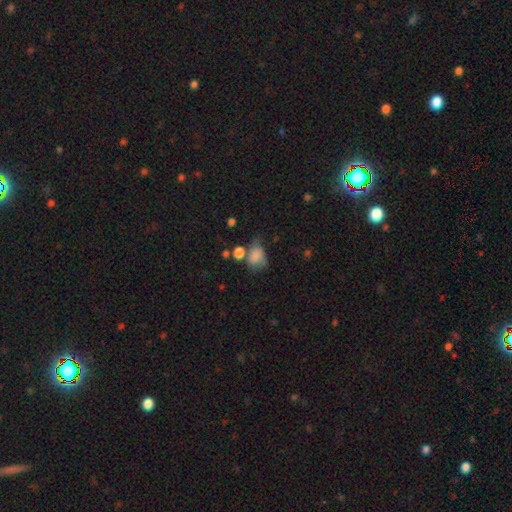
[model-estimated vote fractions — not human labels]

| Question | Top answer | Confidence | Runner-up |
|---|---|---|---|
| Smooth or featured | smooth | 75% | featured or disk (14%) |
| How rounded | in between | 68% | round (31%) |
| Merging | none | 31% | minor disturbance (29%) |